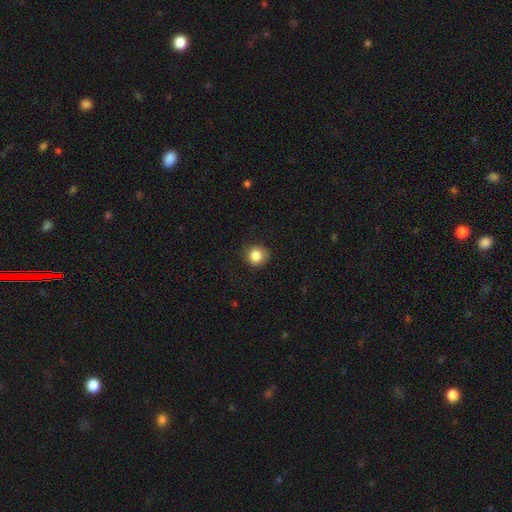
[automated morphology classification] smooth-or-featured: smooth: 84% | star or artifact: 10% | featured or disk: 6%
  how-rounded: round: 88% | in between: 11% | cigar-shaped: 1%
  merging: none: 82% | minor disturbance: 14% | major disturbance: 3% | merger: 1%